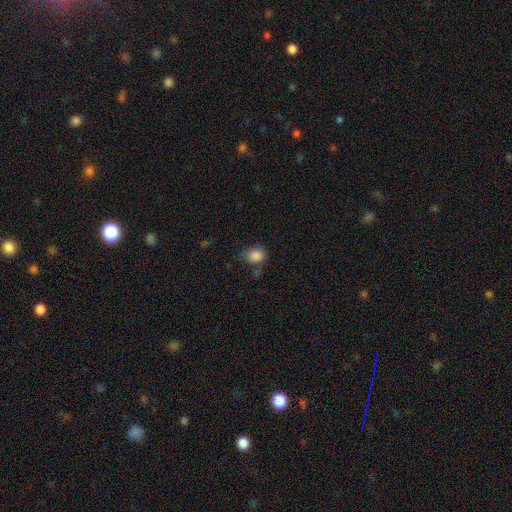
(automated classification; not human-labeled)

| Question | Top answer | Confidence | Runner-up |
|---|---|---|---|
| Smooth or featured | smooth | 85% | star or artifact (10%) |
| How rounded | round | 54% | in between (45%) |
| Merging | none | 61% | minor disturbance (25%) |